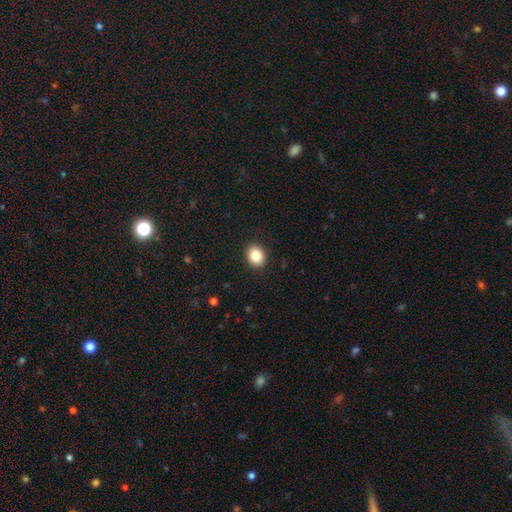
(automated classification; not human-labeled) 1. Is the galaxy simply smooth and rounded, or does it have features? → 87% smooth, 9% star or artifact, 4% featured or disk.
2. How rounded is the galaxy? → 50% round, 49% in between, 1% cigar-shaped.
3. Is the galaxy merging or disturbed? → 90% none, 7% minor disturbance, 2% major disturbance, 1% merger.